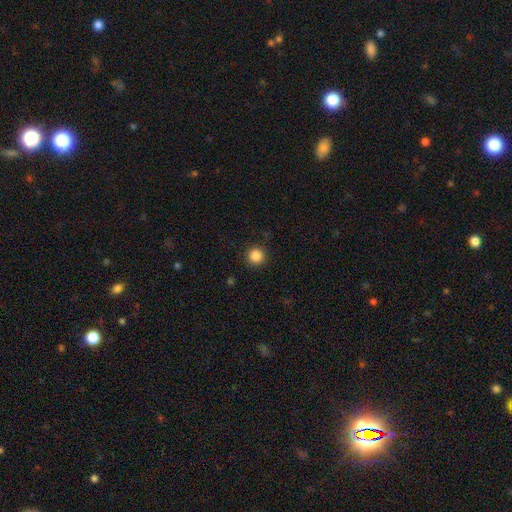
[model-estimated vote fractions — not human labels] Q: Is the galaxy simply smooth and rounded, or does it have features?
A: smooth — 86%.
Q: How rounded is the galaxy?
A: round — 95%.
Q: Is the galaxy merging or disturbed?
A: none — 91%.